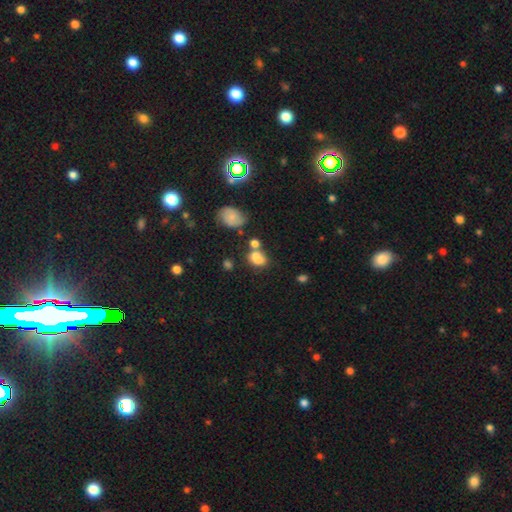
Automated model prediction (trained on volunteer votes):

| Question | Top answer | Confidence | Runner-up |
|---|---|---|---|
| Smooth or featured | smooth | 76% | star or artifact (12%) |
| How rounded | in between | 67% | round (32%) |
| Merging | none | 41% | merger (33%) |